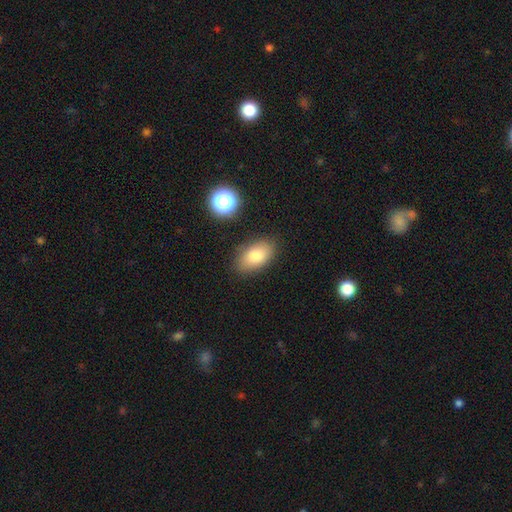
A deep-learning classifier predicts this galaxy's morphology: Q: Smooth or featured?
A: smooth (80%); runner-up: featured or disk (11%)
Q: How rounded?
A: in between (91%); runner-up: round (7%)
Q: Merging?
A: none (83%); runner-up: minor disturbance (11%)